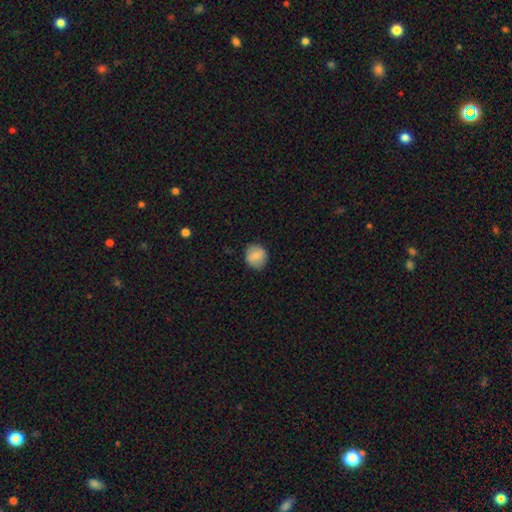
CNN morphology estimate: A smooth galaxy with no disk features (83%) that is round (84%).

Vote fractions:
- Smooth or featured? smooth: 83% / featured or disk: 9% / star or artifact: 8%
- How rounded? round: 84% / in between: 15% / cigar-shaped: 1%
- Merging? none: 88% / minor disturbance: 9% / major disturbance: 2% / merger: 1%